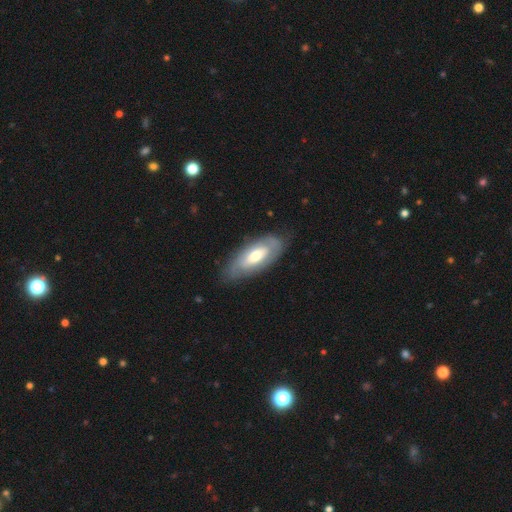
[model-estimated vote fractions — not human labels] featured or disk 52%, smooth 43%, star or artifact 5%. Down the decision tree: edge-on disk — no (81%); merging — none (77%).